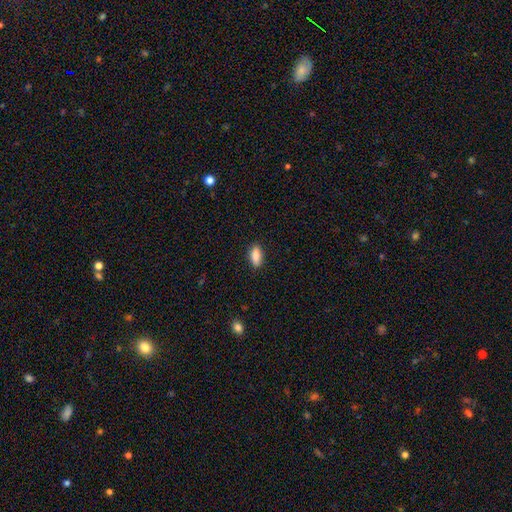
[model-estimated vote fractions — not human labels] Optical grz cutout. It shows a smooth galaxy with no disk features (87%) that is in between round and cigar-shaped (85%). Merging: none (86%).